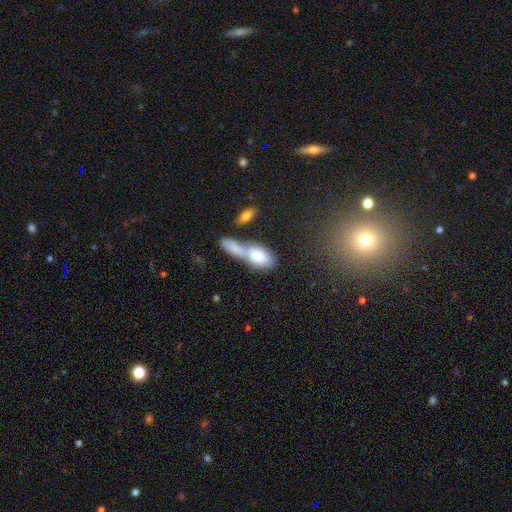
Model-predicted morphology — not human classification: This appears to be a smooth galaxy with no disk features (76%) that is in between round and cigar-shaped (80%). Merging: merger (56%).